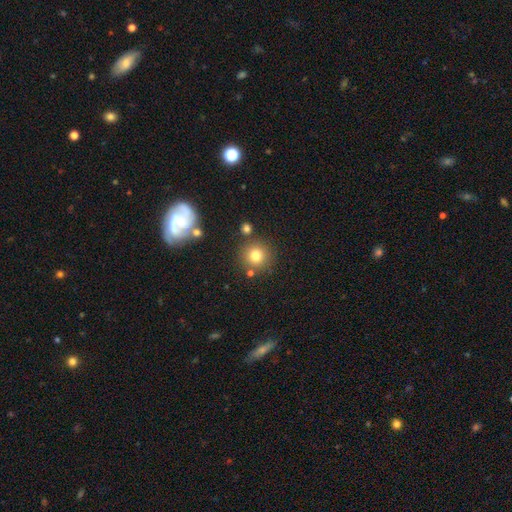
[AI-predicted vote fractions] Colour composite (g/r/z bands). It shows a smooth galaxy with no disk features (78%) that is round (93%). Merging: none (81%).